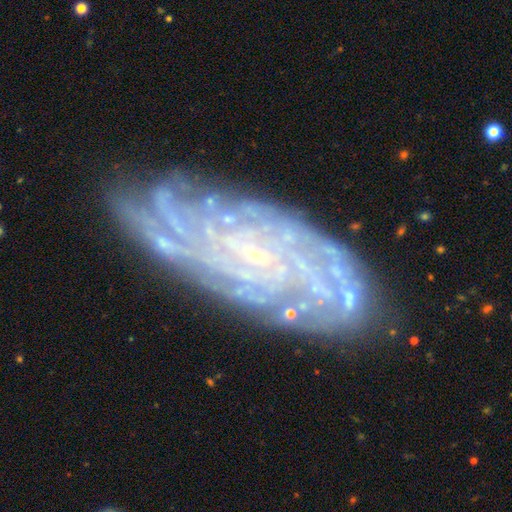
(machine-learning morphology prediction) smooth_or_featured: featured or disk (p=0.86) [alt: star or artifact p=0.07]
disk_edge_on: no (p=0.91) [alt: yes p=0.09]
bar: no (p=0.67) [alt: weak p=0.24]
has_spiral_arms: yes (p=0.97) [alt: no p=0.03]
spiral_winding: tight (p=0.79) [alt: medium p=0.17]
spiral_arm_count: can't tell (p=0.28) [alt: more than 4 p=0.26]
bulge_size: small (p=0.87) [alt: moderate p=0.07]
merging: none (p=0.81) [alt: minor disturbance p=0.14]